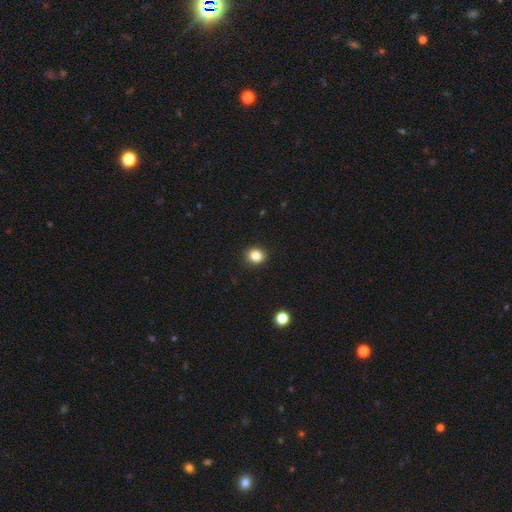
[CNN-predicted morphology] Smooth or featured? smooth (85%)
How rounded? round (76%)
Merging? none (91%)